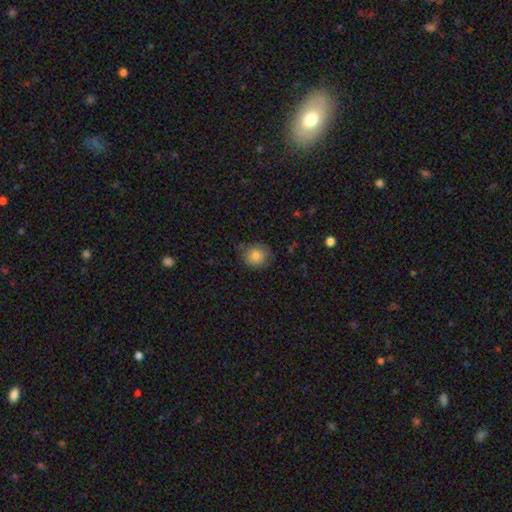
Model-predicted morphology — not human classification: This is clearly a smooth galaxy (81%). How rounded: clearly round (86%). Merging: clearly none (80%).